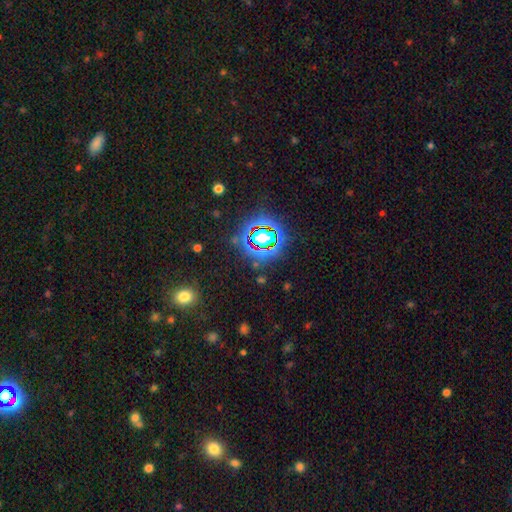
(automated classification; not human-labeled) Morphology: type=star or artifact (78%).